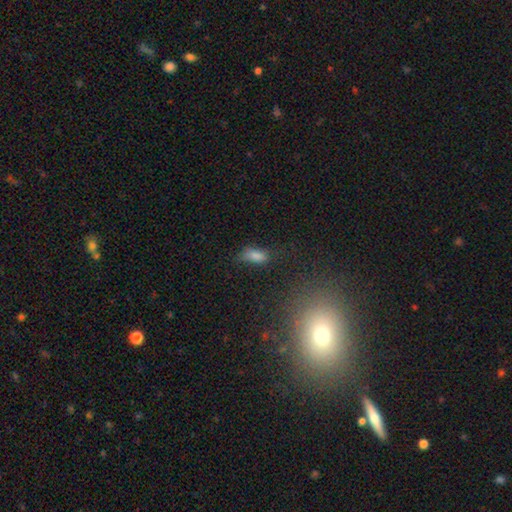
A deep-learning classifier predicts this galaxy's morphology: A smooth galaxy with no disk features (80%) that is in between round and cigar-shaped (83%). Merging: none (55%).